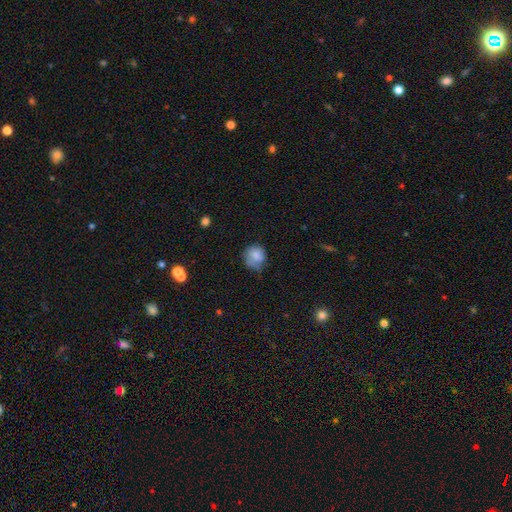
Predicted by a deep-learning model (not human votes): Smooth or featured: smooth — 77% (featured or disk — 15%)
How rounded: round — 77% (in between — 22%)
Merging: none — 49% (minor disturbance — 36%)